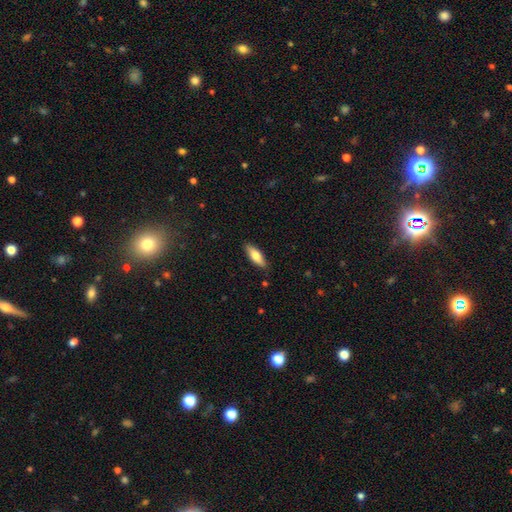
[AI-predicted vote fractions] smooth 73%, featured or disk 21%, star or artifact 6%. Down the decision tree: how rounded — in between (60%); merging — none (87%).